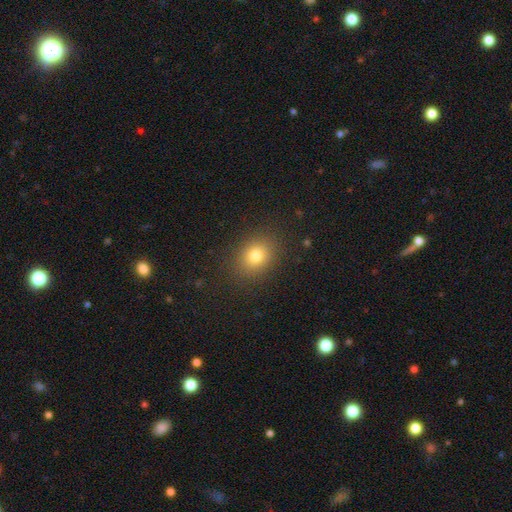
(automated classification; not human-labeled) Smooth or featured? Predicted: smooth (p=0.79). How rounded? Predicted: round (p=0.52). Merging? Predicted: none (p=0.87).